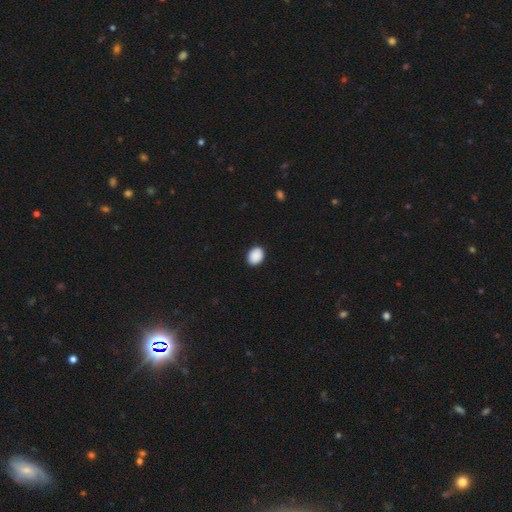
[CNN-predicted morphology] Overall: smooth (90%). How rounded: in between (61%; round 38%). Merging: none (89%).